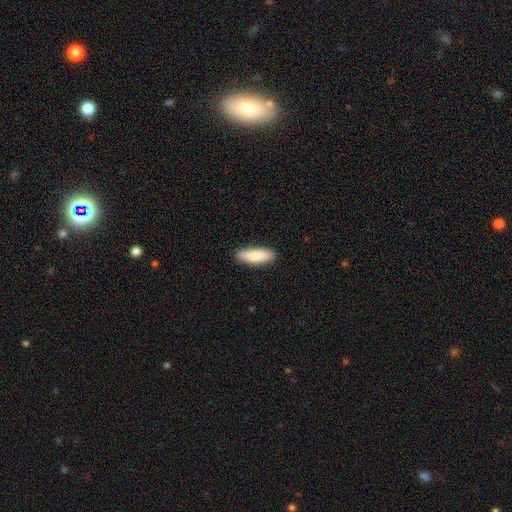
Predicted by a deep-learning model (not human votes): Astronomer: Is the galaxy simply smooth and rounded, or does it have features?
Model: smooth — 80%.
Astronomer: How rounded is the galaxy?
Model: cigar-shaped — 57% (runner-up: in between, 41%).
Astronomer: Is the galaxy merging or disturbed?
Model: none — 88%.